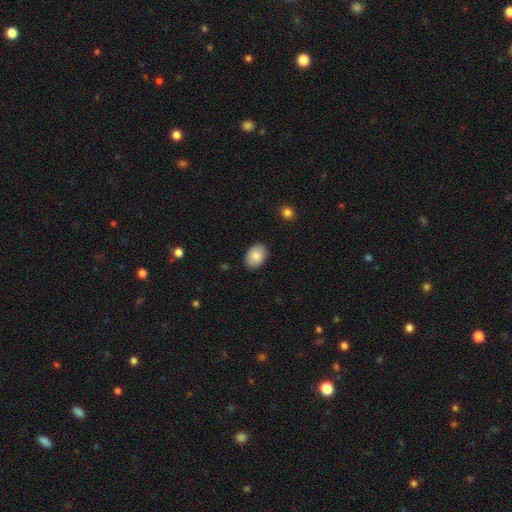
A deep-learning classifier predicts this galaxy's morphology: A smooth galaxy with no disk features (87%) that is in between round and cigar-shaped (84%).

Vote fractions:
- Smooth or featured? smooth: 87% / star or artifact: 7% / featured or disk: 6%
- How rounded? in between: 84% / round: 15% / cigar-shaped: 1%
- Merging? none: 88% / minor disturbance: 9% / major disturbance: 2% / merger: 1%